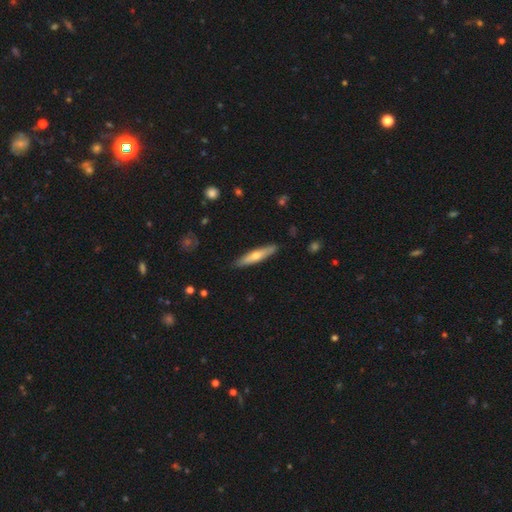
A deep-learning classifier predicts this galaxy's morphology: Overall: smooth (50%; featured or disk 44%). How rounded: cigar-shaped (85%). Merging: none (88%).